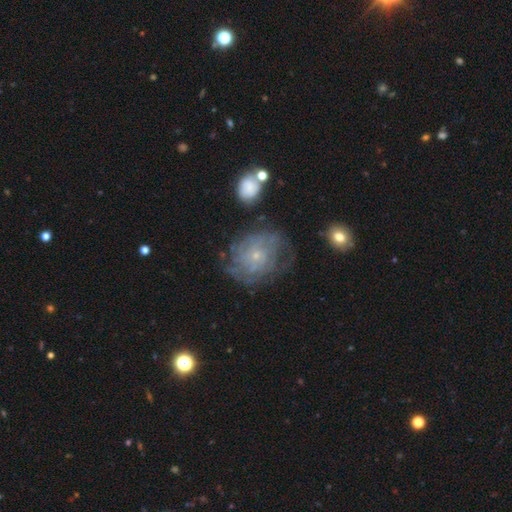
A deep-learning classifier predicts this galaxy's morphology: smooth_or_featured: featured or disk (p=0.70) [alt: smooth p=0.20]
disk_edge_on: no (p=0.97) [alt: yes p=0.03]
bar: no (p=0.82) [alt: weak p=0.16]
has_spiral_arms: yes (p=0.81) [alt: no p=0.19]
spiral_winding: tight (p=0.63) [alt: medium p=0.26]
spiral_arm_count: can't tell (p=0.57) [alt: 4 p=0.11]
bulge_size: small (p=0.83) [alt: moderate p=0.12]
merging: none (p=0.62) [alt: minor disturbance p=0.21]